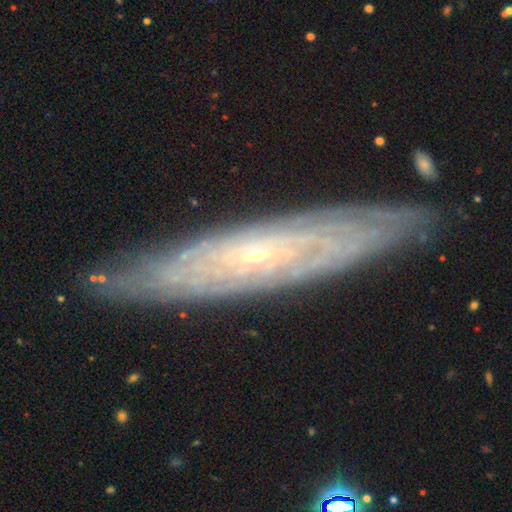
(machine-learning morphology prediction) Overall: featured or disk (80%). Edge-on disk: no (58%; yes 42%). Merging: none (85%).